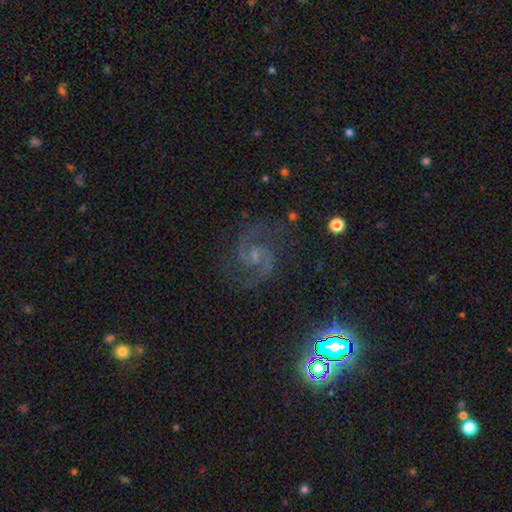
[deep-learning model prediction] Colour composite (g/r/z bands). It shows a featured or disk galaxy (87%) with a weak bar (47%), 2 (93%) medium (65%) spiral arms (98%) and a small central bulge (56%). Merging: none (78%).